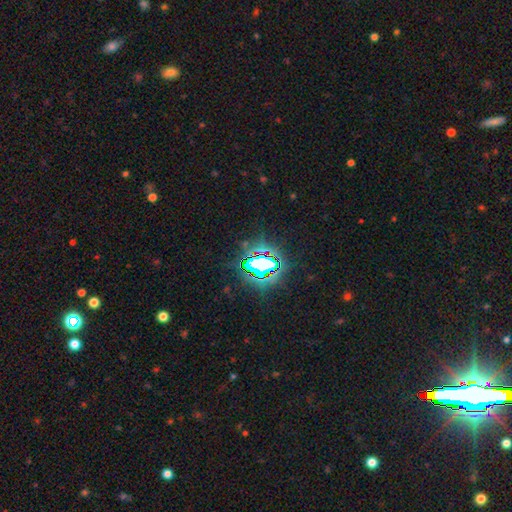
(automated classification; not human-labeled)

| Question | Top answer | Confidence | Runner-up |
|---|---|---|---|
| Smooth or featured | star or artifact | 83% | smooth (10%) |